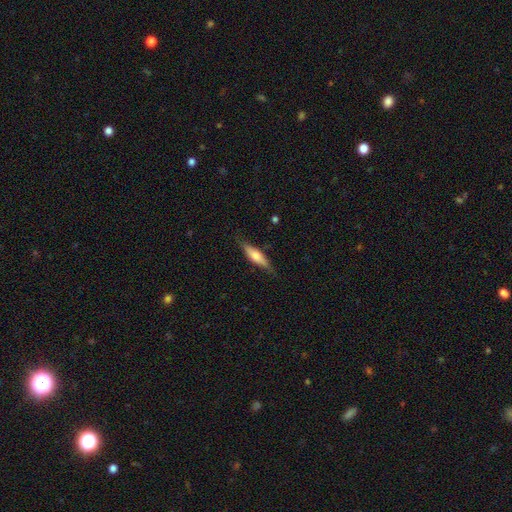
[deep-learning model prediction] Smooth or featured? Predicted: smooth (p=0.53). How rounded? Predicted: cigar-shaped (p=0.65). Merging? Predicted: none (p=0.81).